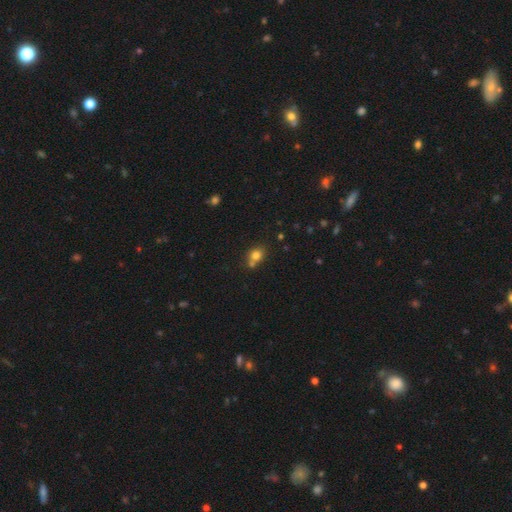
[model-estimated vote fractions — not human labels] A smooth galaxy with no disk features (78%) that is round (67%).

Vote fractions:
- Smooth or featured? smooth: 78% / star or artifact: 13% / featured or disk: 9%
- How rounded? round: 67% / in between: 32% / cigar-shaped: 1%
- Merging? none: 54% / merger: 31% / minor disturbance: 12% / major disturbance: 4%